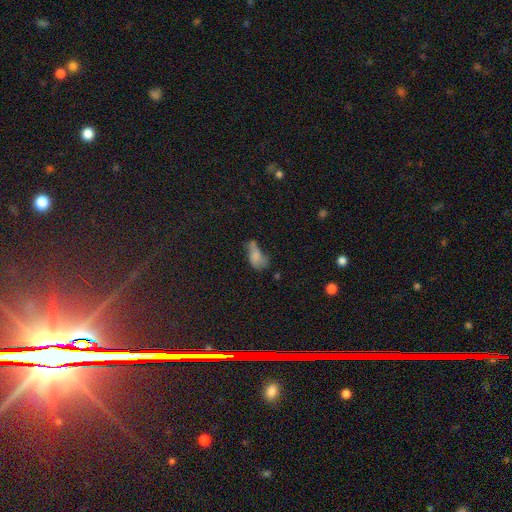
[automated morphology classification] smooth_or_featured: smooth (p=0.64) [alt: featured or disk p=0.20]
how_rounded: in between (p=0.86) [alt: round p=0.08]
merging: major disturbance (p=0.33) [alt: minor disturbance p=0.28]